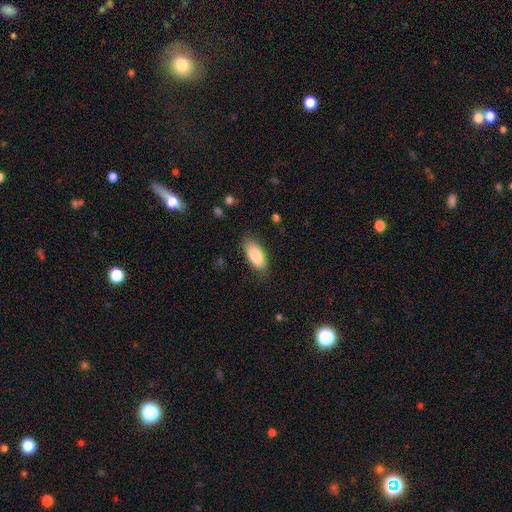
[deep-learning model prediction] smooth 84%, featured or disk 9%, star or artifact 6%. Down the decision tree: how rounded — in between (85%); merging — none (83%).